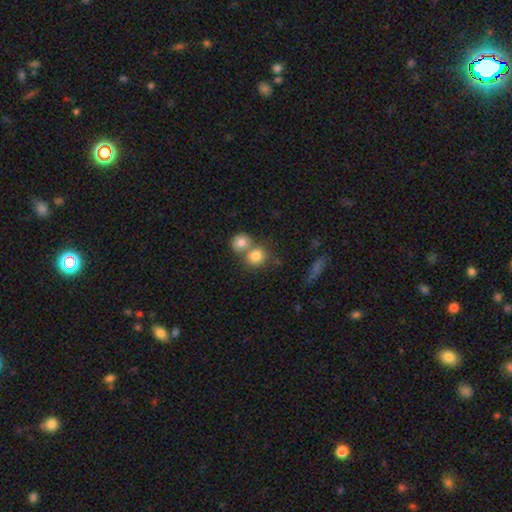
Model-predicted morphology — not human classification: Q: Smooth or featured?
A: smooth (78%); runner-up: featured or disk (12%)
Q: How rounded?
A: round (82%); runner-up: in between (17%)
Q: Merging?
A: merger (50%); runner-up: none (40%)